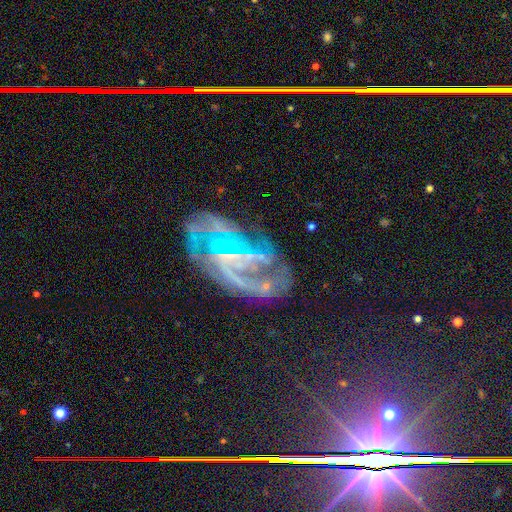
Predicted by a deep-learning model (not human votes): The model was most divided on "bulge size": small: 44%, none: 39%, moderate: 13%, large: 2%, dominant: 2%. Remaining: edge-on disk — no (97%); smooth or featured — featured or disk (76%); spiral arms — yes (75%); bar — no (44%); merging — none (41%); spiral winding — medium (41%); spiral arm count — 2 (37%).